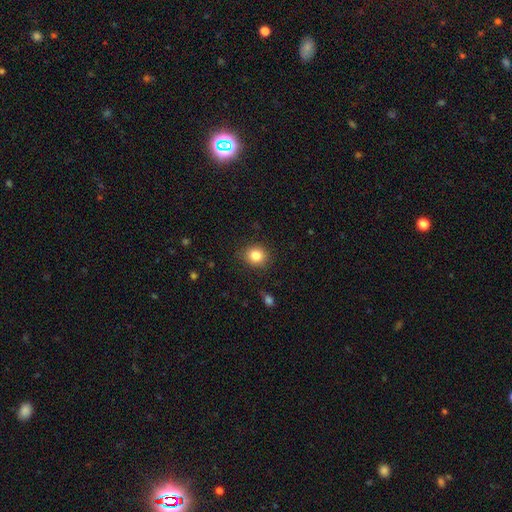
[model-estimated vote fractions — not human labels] The model was most divided on "how rounded": round: 75%, in between: 24%, cigar-shaped: 1%. More confident: merging — none (86%); smooth or featured — smooth (84%).